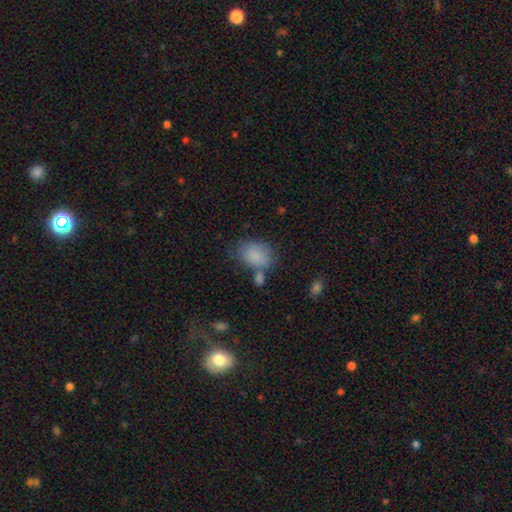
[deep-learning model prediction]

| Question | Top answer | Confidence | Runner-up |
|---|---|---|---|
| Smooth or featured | smooth | 84% | star or artifact (9%) |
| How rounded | in between | 74% | round (25%) |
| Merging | none | 55% | minor disturbance (21%) |